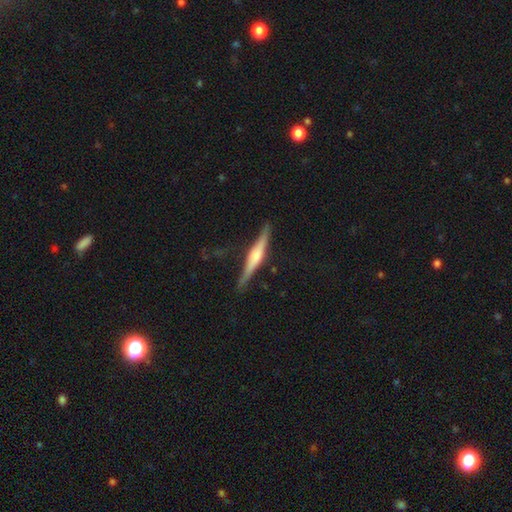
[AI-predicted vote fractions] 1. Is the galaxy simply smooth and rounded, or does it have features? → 69% featured or disk, 25% smooth, 6% star or artifact.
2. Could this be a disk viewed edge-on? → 97% yes, 3% no.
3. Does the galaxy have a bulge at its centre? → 72% rounded, 19% boxy, 9% none.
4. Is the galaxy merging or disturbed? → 85% none, 11% minor disturbance, 3% major disturbance, 1% merger.